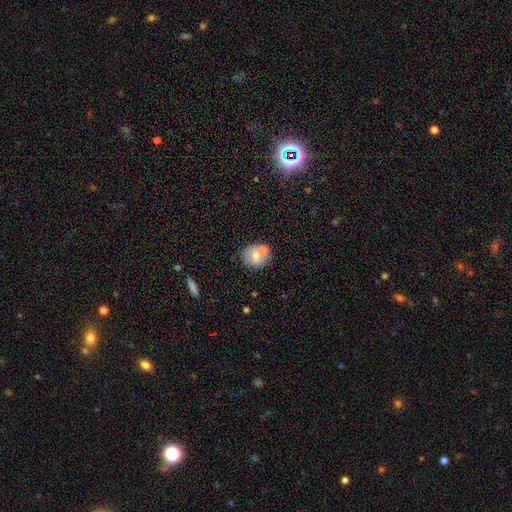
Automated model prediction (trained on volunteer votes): Smooth or featured? Predicted: smooth (p=0.61). How rounded? Predicted: round (p=0.80). Merging? Predicted: none (p=0.60).